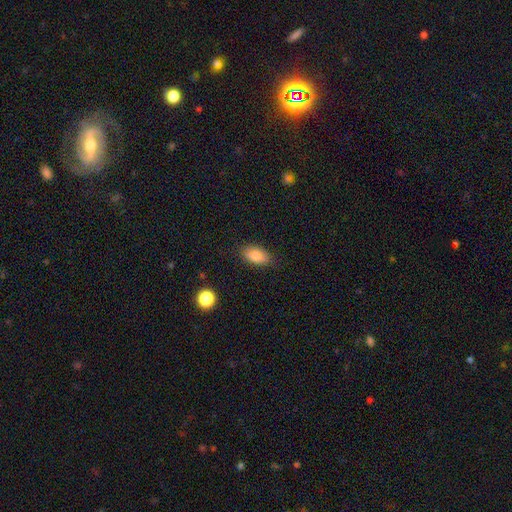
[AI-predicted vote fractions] Smooth or featured? smooth (81%)
How rounded? in between (90%)
Merging? none (84%)